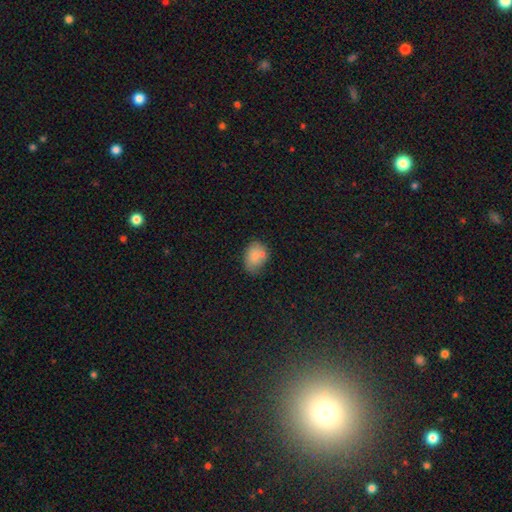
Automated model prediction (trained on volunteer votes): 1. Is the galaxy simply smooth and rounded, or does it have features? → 78% smooth, 13% featured or disk, 9% star or artifact.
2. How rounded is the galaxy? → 70% in between, 29% round, 1% cigar-shaped.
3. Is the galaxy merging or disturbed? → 55% none, 23% minor disturbance, 16% merger, 6% major disturbance.